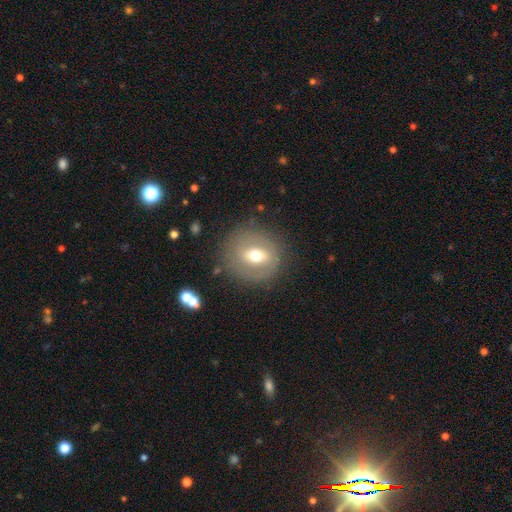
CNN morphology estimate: smooth 46%, featured or disk 45%, star or artifact 9%. Down the decision tree: merging — none (78%).